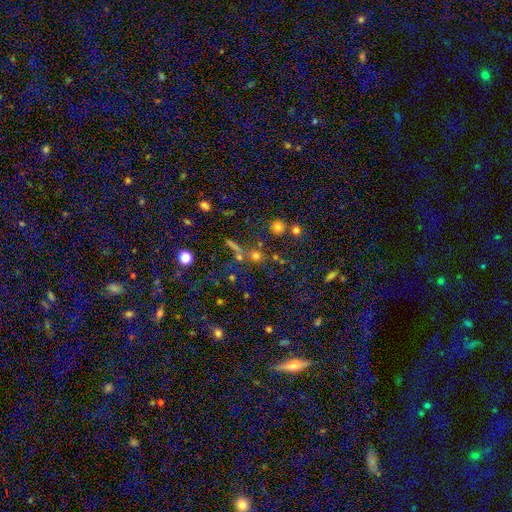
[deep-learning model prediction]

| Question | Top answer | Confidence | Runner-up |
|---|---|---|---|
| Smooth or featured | smooth | 52% | star or artifact (34%) |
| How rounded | round | 88% | in between (8%) |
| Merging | none | 66% | merger (20%) |